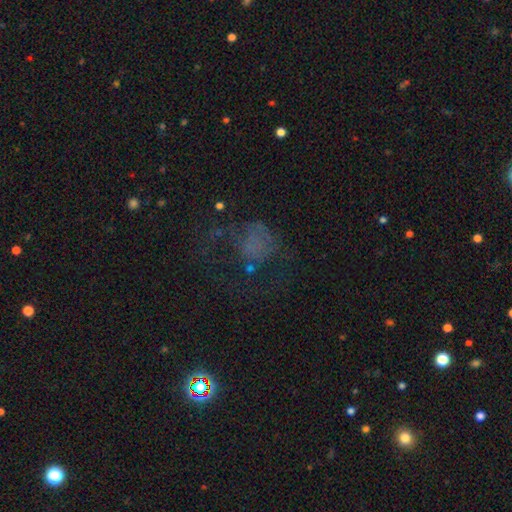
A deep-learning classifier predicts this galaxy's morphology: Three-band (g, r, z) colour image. It shows a star or artifact, not a galaxy (35%, tied with smooth).